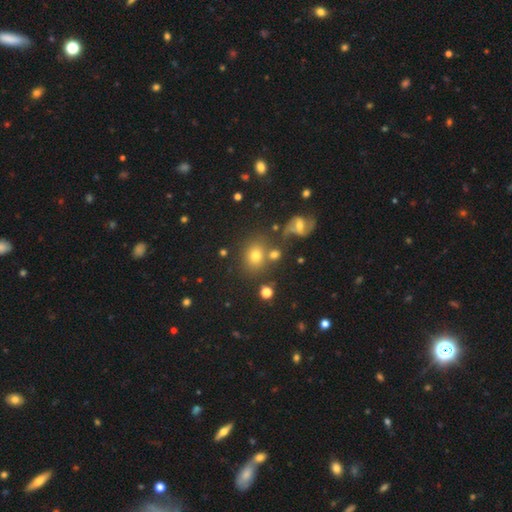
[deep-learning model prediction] Smooth or featured?
  - smooth: 65% *
  - star or artifact: 18%
  - featured or disk: 17%
How rounded?
  - round: 61% *
  - in between: 38%
  - cigar-shaped: 1%
Merging?
  - none: 70% *
  - merger: 13%
  - minor disturbance: 12%
  - major disturbance: 4%